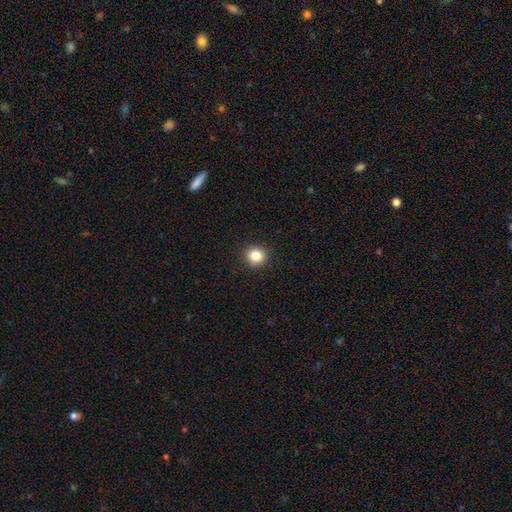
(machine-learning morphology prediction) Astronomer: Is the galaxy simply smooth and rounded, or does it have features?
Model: smooth — 83%.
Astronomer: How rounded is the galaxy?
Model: round — 88%.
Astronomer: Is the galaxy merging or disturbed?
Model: none — 91%.